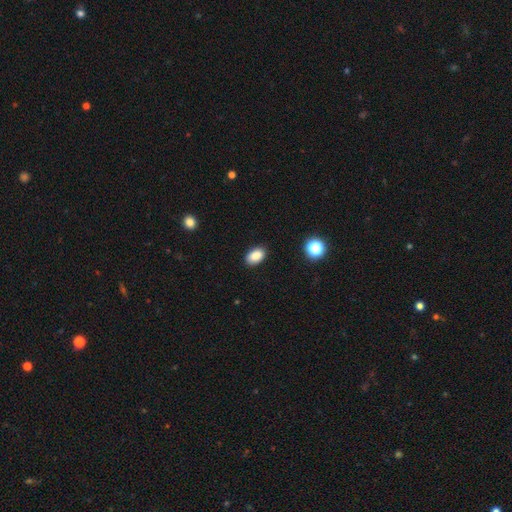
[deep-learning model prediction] This is clearly a smooth galaxy (88%). How rounded: clearly in between (90%). Merging: clearly none (88%).